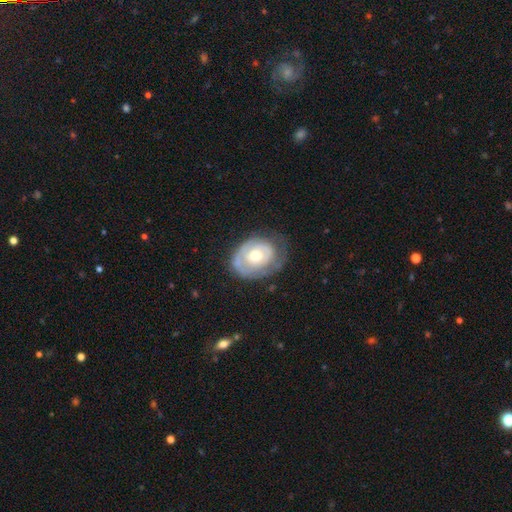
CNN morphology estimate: type=featured or disk (66%); edge-on=no (96%); bar=no (82%); spiral arms=yes (62%); bulge=moderate (63%); merging=none (59%).